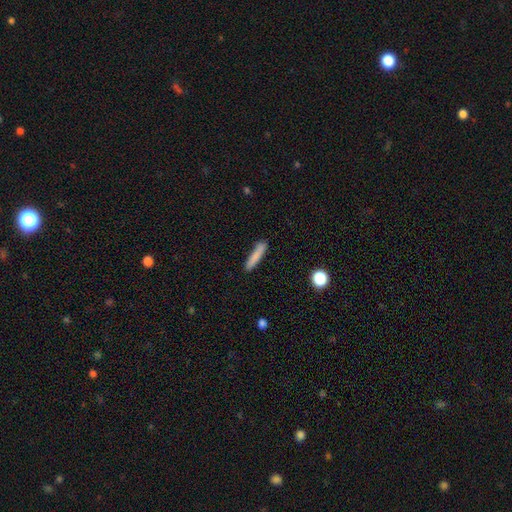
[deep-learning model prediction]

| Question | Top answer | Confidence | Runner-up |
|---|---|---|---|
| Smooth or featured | smooth | 82% | featured or disk (11%) |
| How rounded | cigar-shaped | 90% | in between (8%) |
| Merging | none | 84% | minor disturbance (12%) |